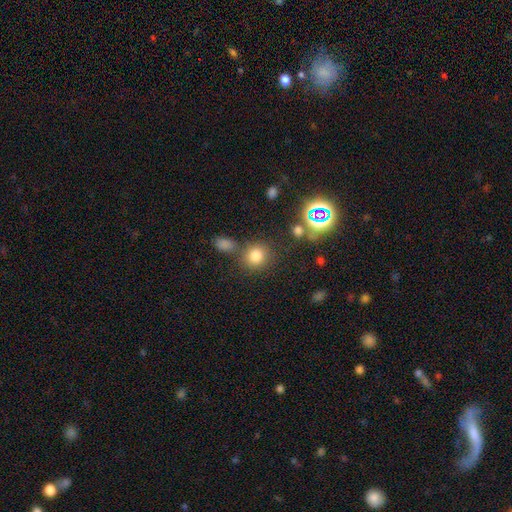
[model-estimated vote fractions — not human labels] smooth-or-featured: smooth: 77% | star or artifact: 16% | featured or disk: 7%
  how-rounded: round: 82% | in between: 16% | cigar-shaped: 1%
  merging: none: 70% | merger: 13% | minor disturbance: 12% | major disturbance: 5%